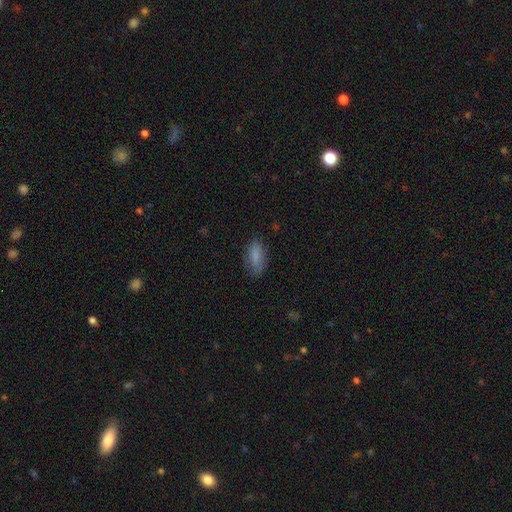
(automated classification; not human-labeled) Smooth or featured? Predicted: smooth (p=0.83). How rounded? Predicted: in between (p=0.77). Merging? Predicted: none (p=0.75).